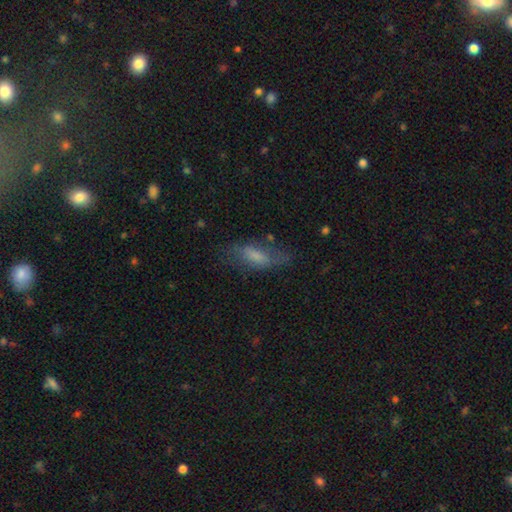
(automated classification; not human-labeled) Overall: smooth (60%; featured or disk 30%). How rounded: in between (65%; cigar-shaped 33%). Merging: none (59%; minor disturbance 24%).